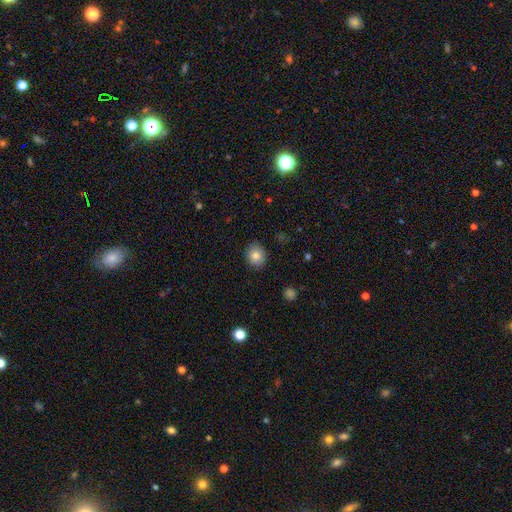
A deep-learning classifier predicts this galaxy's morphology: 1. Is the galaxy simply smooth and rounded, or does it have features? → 81% smooth, 10% featured or disk, 9% star or artifact.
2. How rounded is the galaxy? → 70% round, 29% in between, 1% cigar-shaped.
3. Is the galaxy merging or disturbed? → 89% none, 8% minor disturbance, 2% major disturbance, 1% merger.